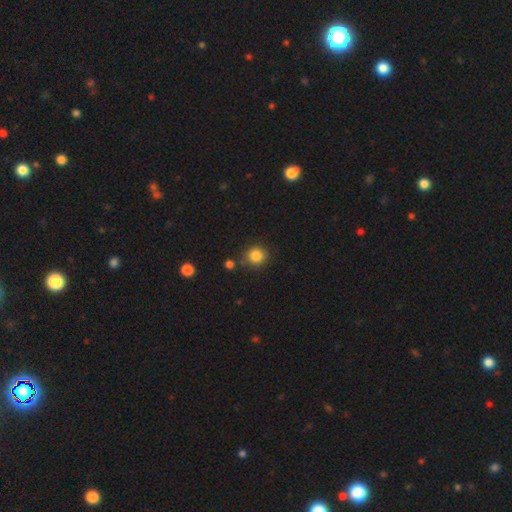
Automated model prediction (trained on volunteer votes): Smooth or featured: smooth — 85% (star or artifact — 11%)
How rounded: round — 89% (in between — 10%)
Merging: none — 82% (minor disturbance — 10%)